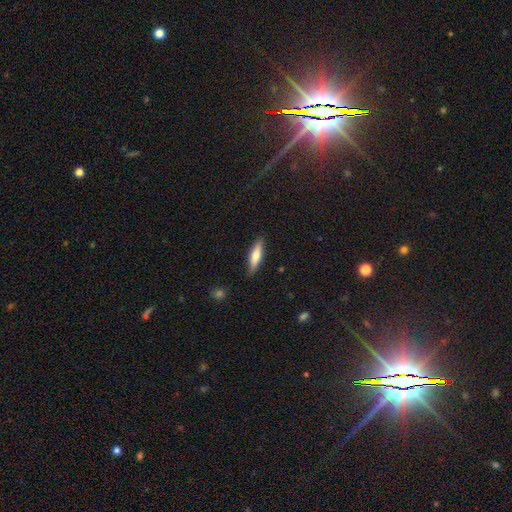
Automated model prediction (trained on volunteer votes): smooth_or_featured: smooth (p=0.62) [alt: featured or disk p=0.32]
how_rounded: cigar-shaped (p=0.72) [alt: in between p=0.26]
merging: none (p=0.87) [alt: minor disturbance p=0.10]